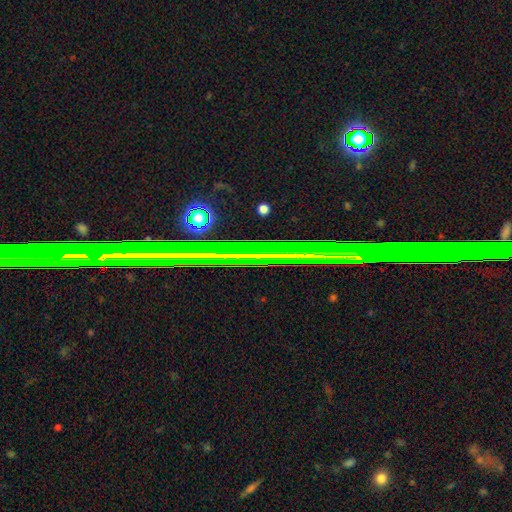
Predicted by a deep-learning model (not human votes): This appears to be a star or artifact, not a galaxy (68%).